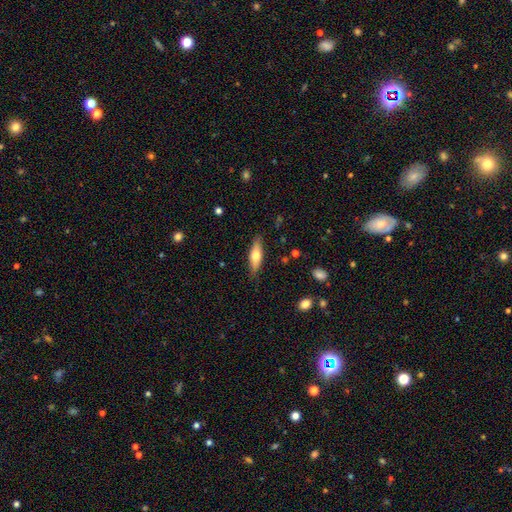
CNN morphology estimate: type=smooth (61%); roundness=cigar-shaped (49%, tied with in between); merging=none (85%).